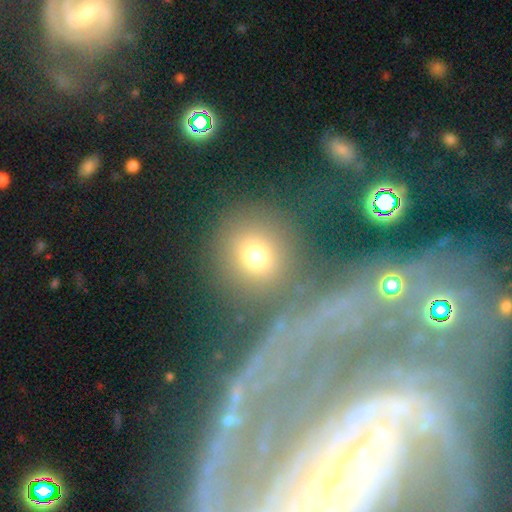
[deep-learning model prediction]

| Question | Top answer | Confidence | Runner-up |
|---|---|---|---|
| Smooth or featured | smooth | 68% | star or artifact (17%) |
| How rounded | round | 85% | in between (14%) |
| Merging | none | 62% | merger (18%) |